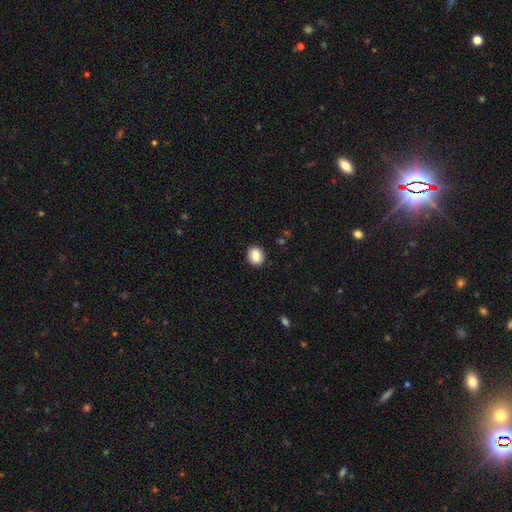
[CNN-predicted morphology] Q: Smooth or featured?
A: smooth (85%); runner-up: star or artifact (8%)
Q: How rounded?
A: round (59%); runner-up: in between (40%)
Q: Merging?
A: none (90%); runner-up: minor disturbance (7%)